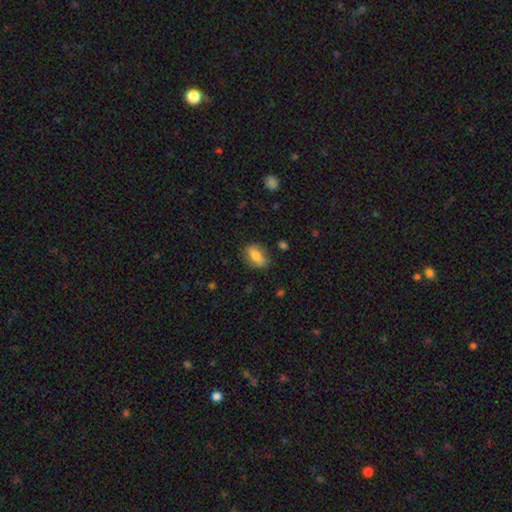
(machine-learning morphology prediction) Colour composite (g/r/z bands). It shows a smooth galaxy with no disk features (74%) that is in between round and cigar-shaped (83%). Merging: none (82%).